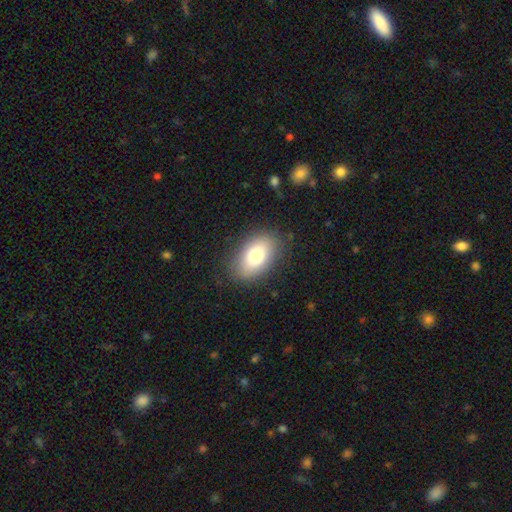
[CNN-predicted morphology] smooth 77%, featured or disk 14%, star or artifact 9%. Down the decision tree: how rounded — in between (89%); merging — none (84%).